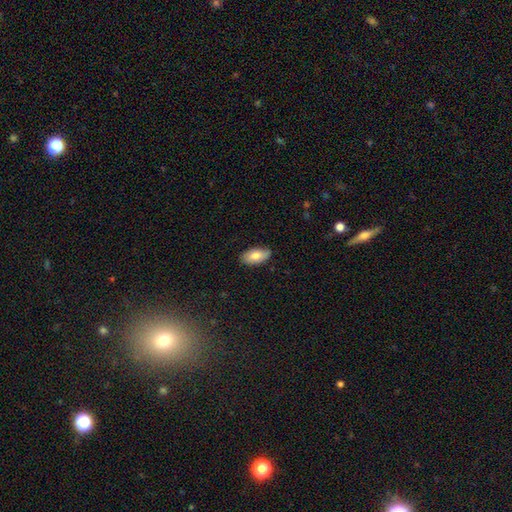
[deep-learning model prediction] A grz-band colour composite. It shows a smooth galaxy with no disk features (76%) that is in between round and cigar-shaped (94%). Merging: none (81%).